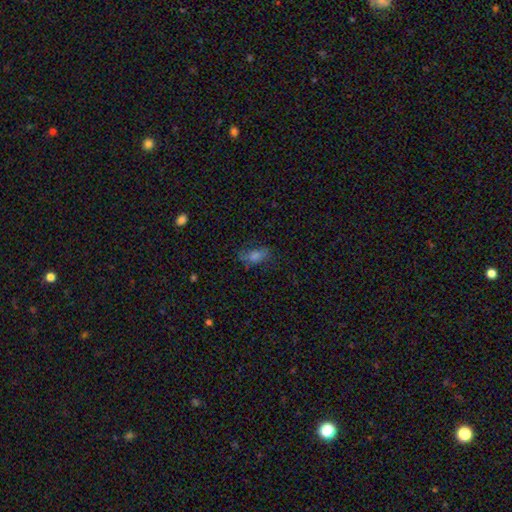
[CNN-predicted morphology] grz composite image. It shows a smooth galaxy with no disk features (63%) that is in between round and cigar-shaped (80%). Merging: none (62%).